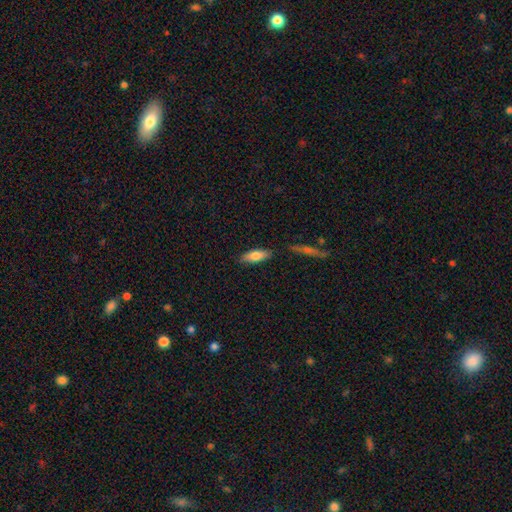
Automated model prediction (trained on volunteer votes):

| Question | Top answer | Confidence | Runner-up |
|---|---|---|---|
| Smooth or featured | smooth | 75% | featured or disk (18%) |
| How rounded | in between | 64% | cigar-shaped (34%) |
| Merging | none | 83% | minor disturbance (12%) |